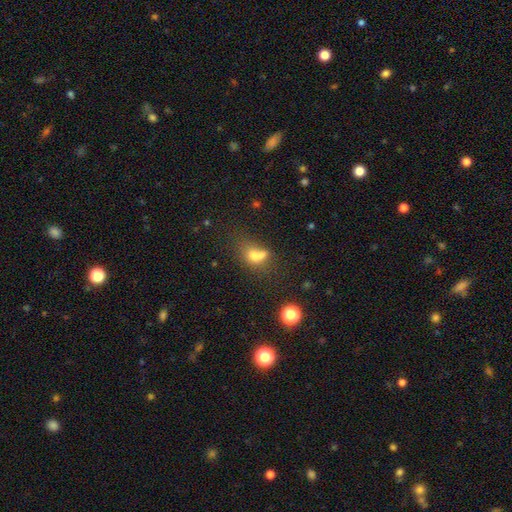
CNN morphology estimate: smooth-or-featured: smooth: 65% | featured or disk: 18% | star or artifact: 17%
  how-rounded: in between: 65% | round: 29% | cigar-shaped: 6%
  merging: merger: 36% | none: 27% | major disturbance: 21% | minor disturbance: 16%